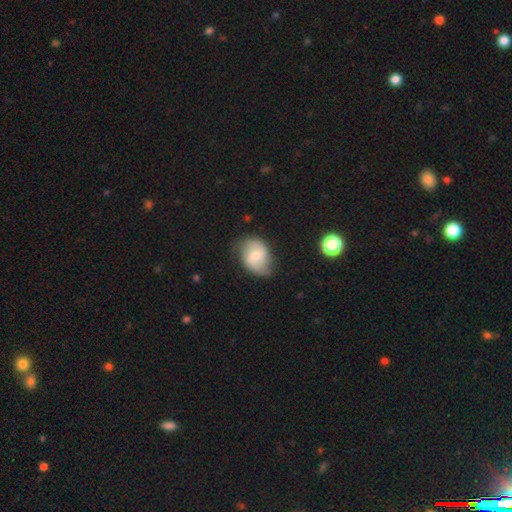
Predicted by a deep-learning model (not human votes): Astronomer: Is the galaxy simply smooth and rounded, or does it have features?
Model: featured or disk — 49% (runner-up: smooth, 44%).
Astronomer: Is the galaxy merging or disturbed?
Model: none — 64%.